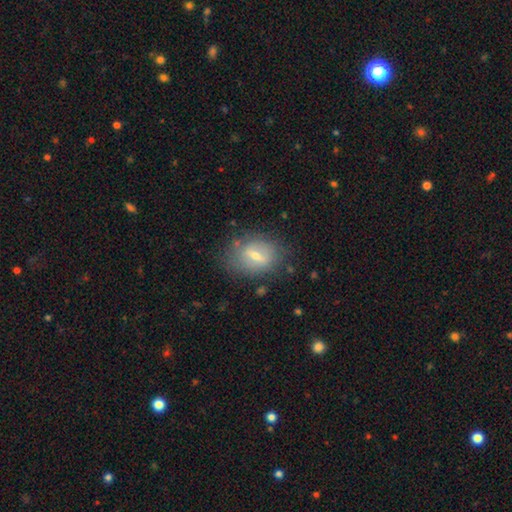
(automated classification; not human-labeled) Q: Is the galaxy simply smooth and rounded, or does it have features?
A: smooth — 46%.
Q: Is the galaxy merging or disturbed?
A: none — 71%.